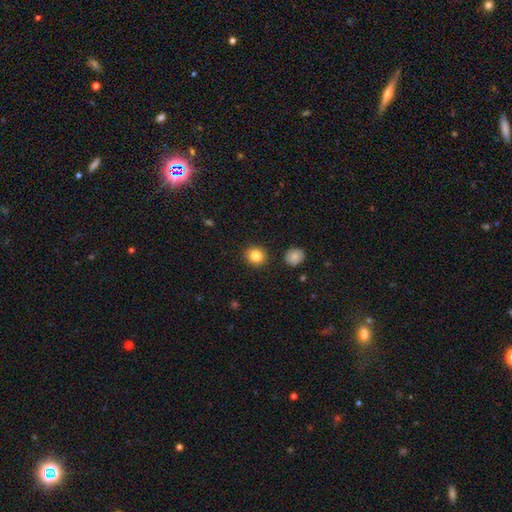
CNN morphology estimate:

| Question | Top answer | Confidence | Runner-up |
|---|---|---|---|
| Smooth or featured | smooth | 85% | star or artifact (10%) |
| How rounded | round | 87% | in between (13%) |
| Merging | none | 90% | minor disturbance (6%) |